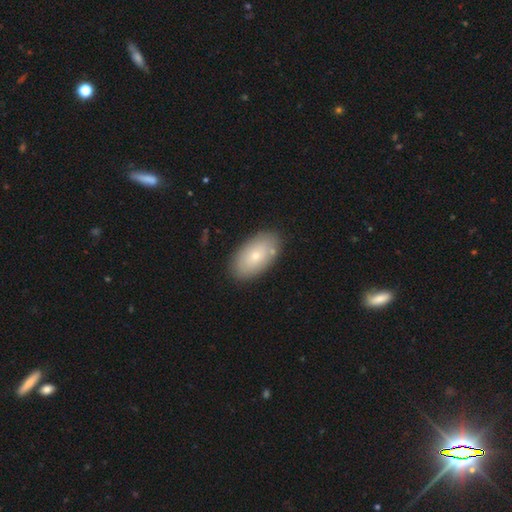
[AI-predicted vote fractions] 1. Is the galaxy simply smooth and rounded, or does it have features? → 68% smooth, 25% featured or disk, 7% star or artifact.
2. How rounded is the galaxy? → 94% in between, 4% round, 2% cigar-shaped.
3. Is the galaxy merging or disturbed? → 83% none, 11% minor disturbance, 3% merger, 3% major disturbance.